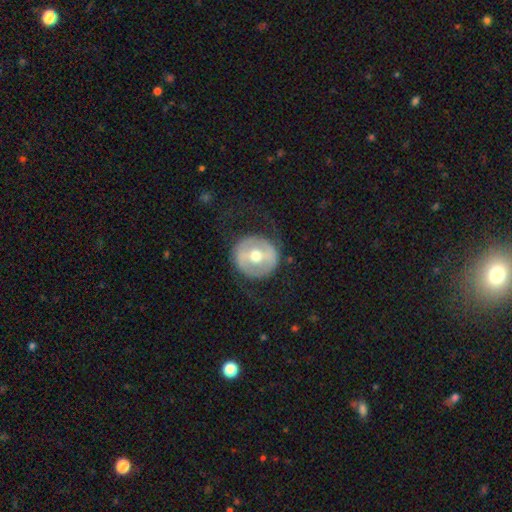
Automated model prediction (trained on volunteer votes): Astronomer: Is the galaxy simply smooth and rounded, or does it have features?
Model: featured or disk — 59% (runner-up: smooth, 36%).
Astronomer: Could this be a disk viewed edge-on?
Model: no — 95%.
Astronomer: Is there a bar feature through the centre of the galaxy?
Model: strong — 36% (runner-up: weak, 35%).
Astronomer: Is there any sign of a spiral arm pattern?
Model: no — 70%.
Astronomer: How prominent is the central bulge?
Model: moderate — 78%.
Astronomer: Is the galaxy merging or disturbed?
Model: none — 76%.